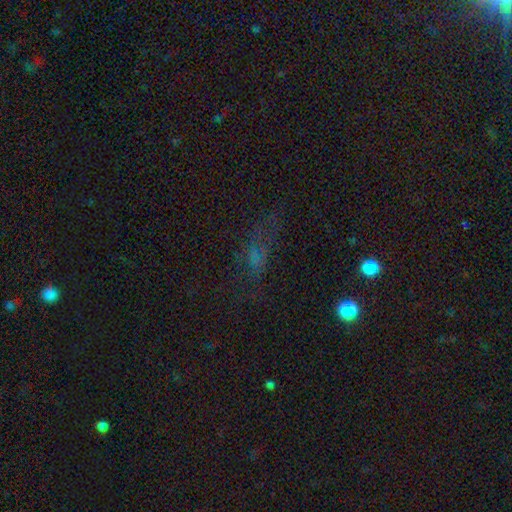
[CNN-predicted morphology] Smooth or featured?
  - smooth: 42% *
  - star or artifact: 32%
  - featured or disk: 26%
Merging?
  - none: 47% *
  - major disturbance: 28%
  - minor disturbance: 21%
  - merger: 4%